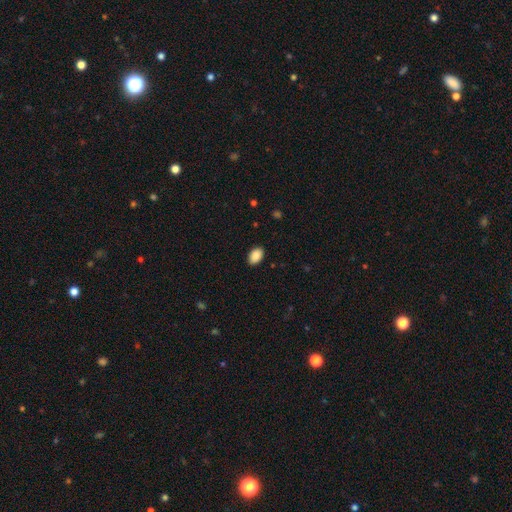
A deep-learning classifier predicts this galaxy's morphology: smooth_or_featured: smooth (p=0.89) [alt: star or artifact p=0.07]
how_rounded: in between (p=0.88) [alt: round p=0.11]
merging: none (p=0.89) [alt: minor disturbance p=0.08]